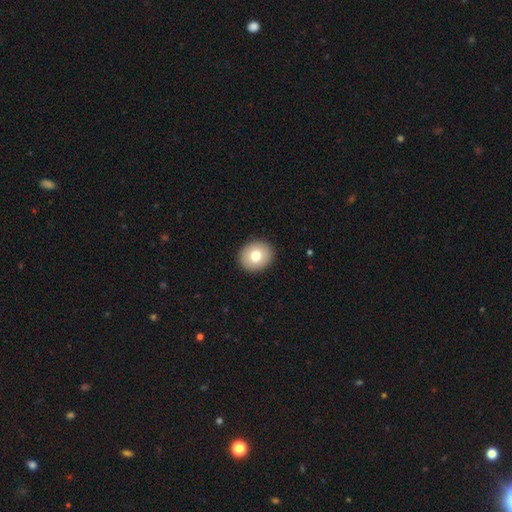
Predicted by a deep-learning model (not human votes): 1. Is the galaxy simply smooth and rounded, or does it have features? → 77% smooth, 14% featured or disk, 9% star or artifact.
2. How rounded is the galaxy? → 71% round, 29% in between, 1% cigar-shaped.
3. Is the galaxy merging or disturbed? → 92% none, 5% minor disturbance, 2% major disturbance, 1% merger.